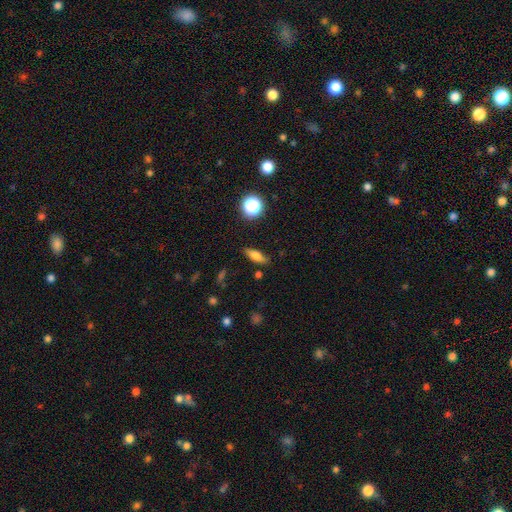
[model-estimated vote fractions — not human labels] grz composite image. It shows a smooth galaxy with no disk features (69%) that is in between round and cigar-shaped (58%). Merging: none (84%).